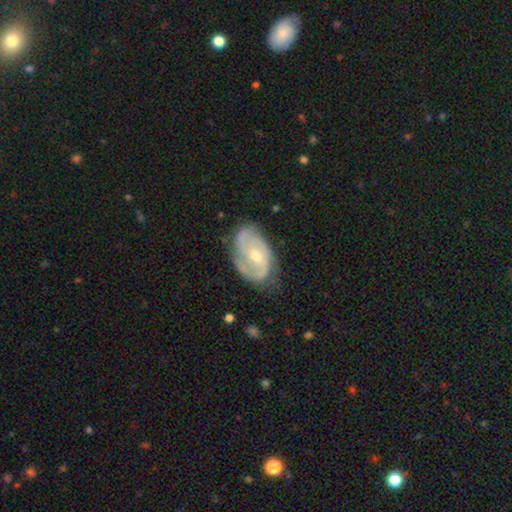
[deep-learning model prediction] Smooth or featured: featured or disk — 81% (smooth — 14%)
Edge-on disk: no — 96% (yes — 4%)
Bar: no — 49% (weak — 41%)
Spiral arms: yes — 93% (no — 7%)
Spiral winding: medium — 45% (tight — 39%)
Spiral arm count: 2 — 63% (can't tell — 15%)
Bulge size: moderate — 57% (small — 39%)
Merging: none — 65% (minor disturbance — 24%)